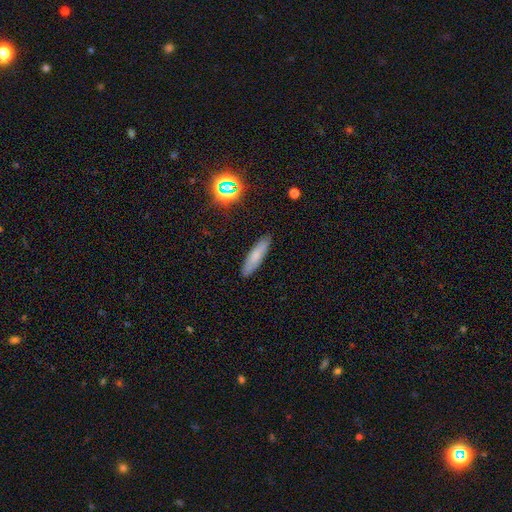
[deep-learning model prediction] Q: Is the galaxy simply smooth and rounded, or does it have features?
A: smooth — 75%.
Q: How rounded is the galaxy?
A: cigar-shaped — 76%.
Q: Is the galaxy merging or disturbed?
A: none — 88%.